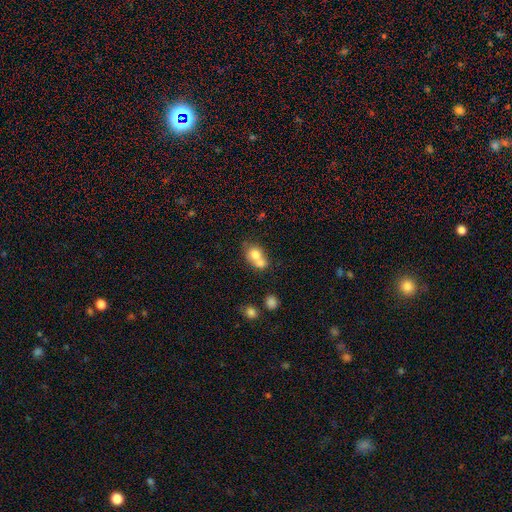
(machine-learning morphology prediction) smooth-or-featured: smooth: 73% | featured or disk: 17% | star or artifact: 10%
  how-rounded: round: 62% | in between: 37% | cigar-shaped: 1%
  merging: merger: 61% | none: 27% | minor disturbance: 8% | major disturbance: 4%